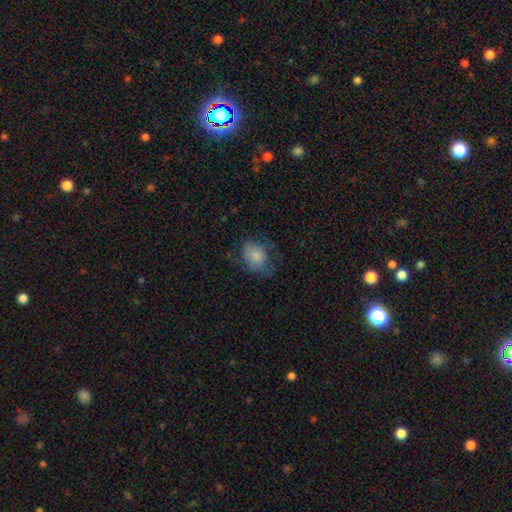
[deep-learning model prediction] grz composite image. It shows a smooth galaxy with no disk features (79%) that is in between round and cigar-shaped (64%). Merging: none (51%).